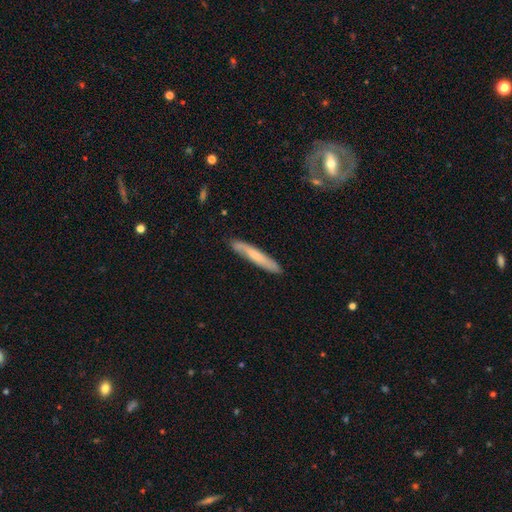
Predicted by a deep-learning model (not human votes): Smooth or featured: smooth — 56% (featured or disk — 39%)
How rounded: cigar-shaped — 94% (in between — 5%)
Merging: none — 82% (minor disturbance — 13%)